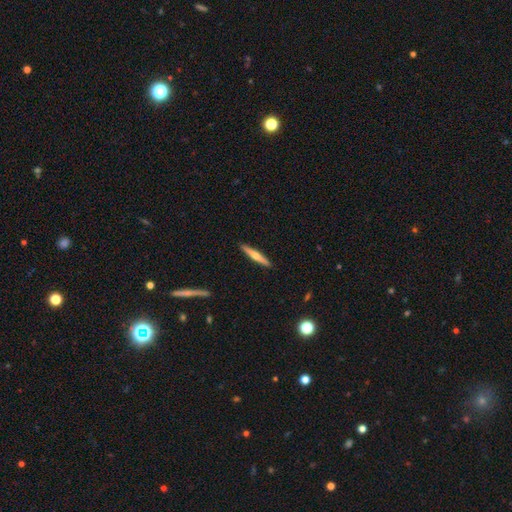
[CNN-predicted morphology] A featured or disk galaxy (54%) viewed edge-on (97%) with a rounded central bulge (84%). Merging: none (91%).